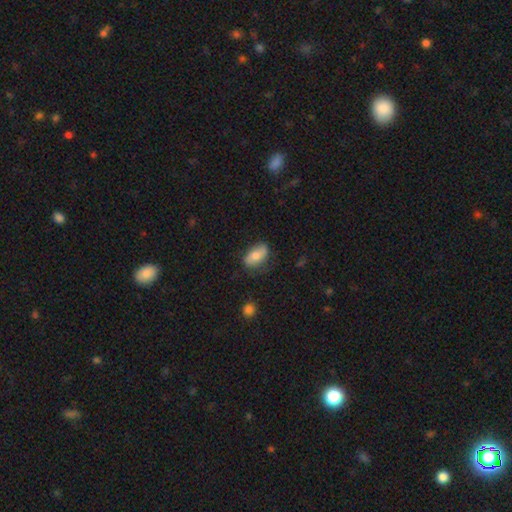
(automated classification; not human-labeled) Smooth or featured: smooth — 71% (featured or disk — 22%)
How rounded: in between — 89% (round — 6%)
Merging: none — 70% (minor disturbance — 23%)